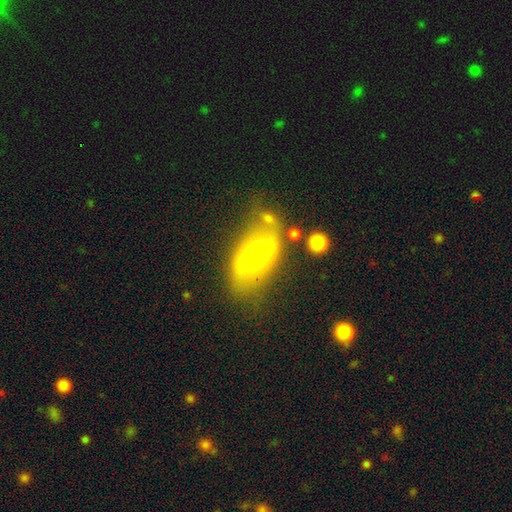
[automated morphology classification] smooth_or_featured: smooth (p=0.54) [alt: featured or disk p=0.37]
how_rounded: in between (p=0.89) [alt: round p=0.07]
merging: none (p=0.61) [alt: minor disturbance p=0.23]